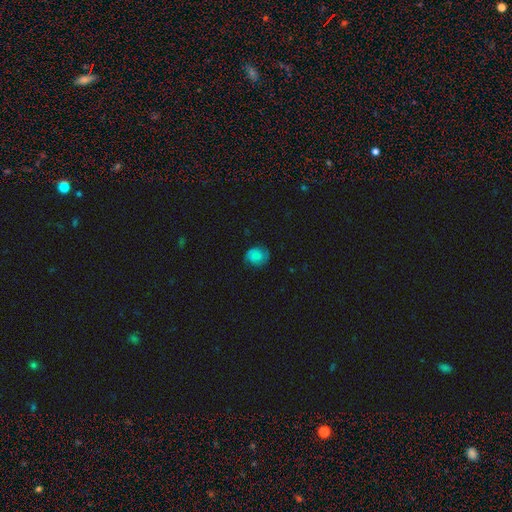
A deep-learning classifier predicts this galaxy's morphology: type=smooth (63%); roundness=round (70%); merging=none (71%).